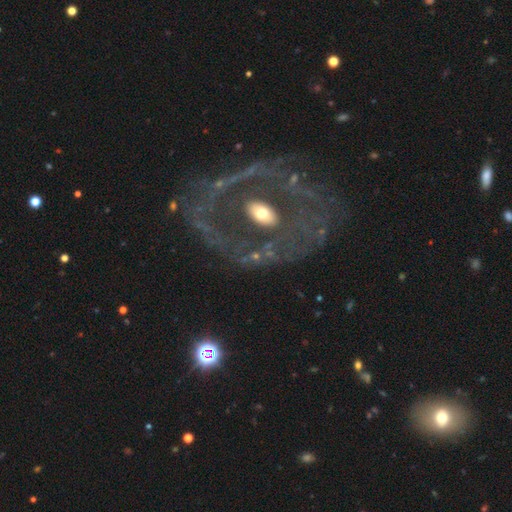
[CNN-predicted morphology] smooth-or-featured: featured or disk: 75% | smooth: 16% | star or artifact: 9%
  disk-edge-on: no: 94% | yes: 6%
    bar: no: 61% | weak: 24% | strong: 15%
    has-spiral-arms: no: 59% | yes: 41%
    bulge-size: moderate: 60% | small: 24% | large: 11% | none: 2% | dominant: 2%
  merging: none: 67% | minor disturbance: 15% | major disturbance: 14% | merger: 3%